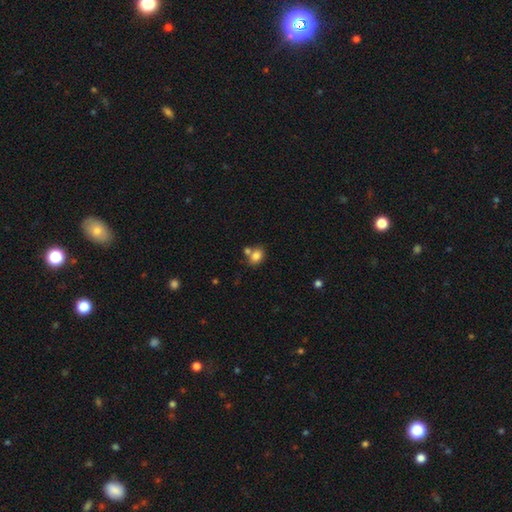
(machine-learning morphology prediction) Smooth or featured?
  - smooth: 81% *
  - star or artifact: 10%
  - featured or disk: 9%
How rounded?
  - in between: 65% *
  - round: 34%
  - cigar-shaped: 1%
Merging?
  - none: 56% *
  - merger: 28%
  - minor disturbance: 12%
  - major disturbance: 4%